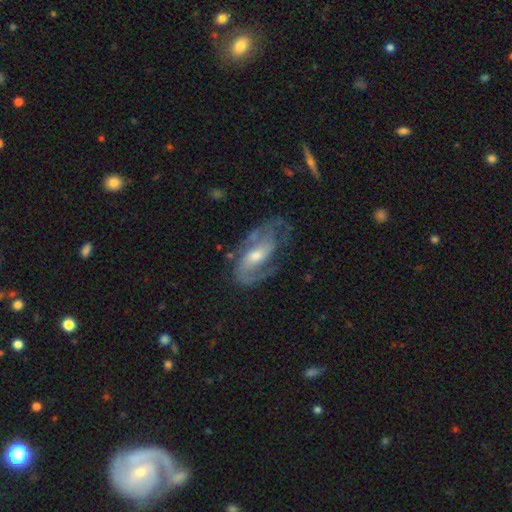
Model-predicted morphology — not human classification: A featured or disk galaxy (82%) with a weak bar (41%), 2 (73%) medium (48%) spiral arms (92%) and a moderate central bulge (57%).

Vote fractions:
- Smooth or featured? featured or disk: 82% / smooth: 12% / star or artifact: 5%
- Edge-on disk? no: 95% / yes: 5%
- Bar? weak: 41% / no: 38% / strong: 20%
- Spiral arms? yes: 92% / no: 8%
- Spiral winding? medium: 48% / tight: 30% / loose: 22%
- Spiral arm count? 2: 73% / can't tell: 11% / 1: 9% / 3: 4% / 4: 1% / more than 4: 1%
- Bulge size? moderate: 57% / small: 34% / large: 6% / none: 2% / dominant: 1%
- Merging? none: 57% / minor disturbance: 22% / major disturbance: 18% / merger: 3%